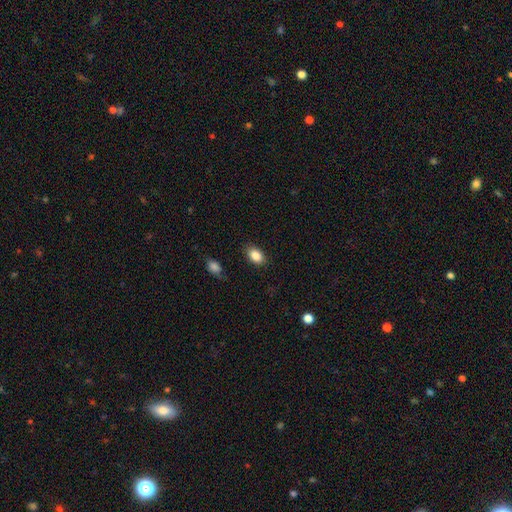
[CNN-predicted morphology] Smooth or featured? smooth (86%)
How rounded? in between (87%)
Merging? none (85%)